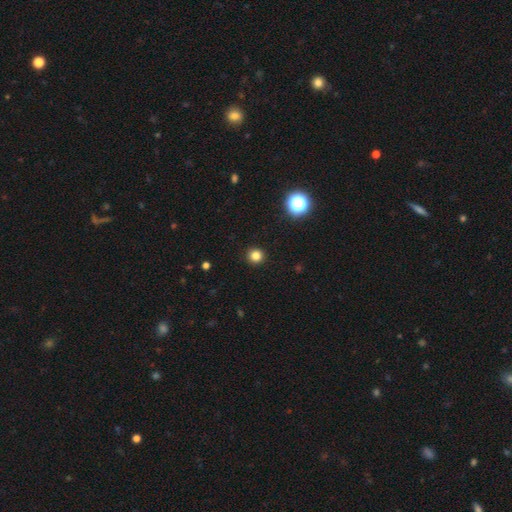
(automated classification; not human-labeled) smooth-or-featured: smooth: 81% | star or artifact: 14% | featured or disk: 4%
  how-rounded: round: 94% | in between: 5% | cigar-shaped: 1%
  merging: none: 93% | minor disturbance: 4% | major disturbance: 2% | merger: 1%